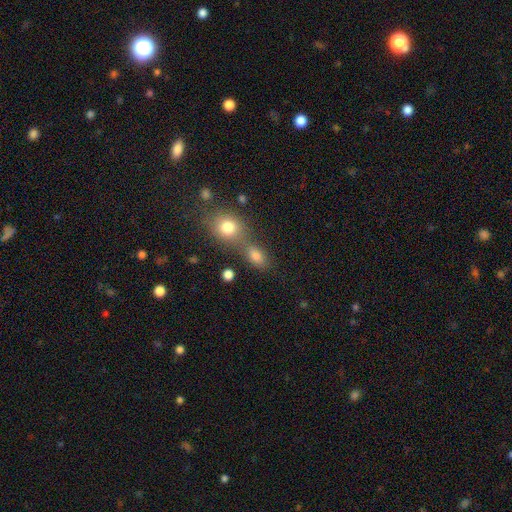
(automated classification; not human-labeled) Smooth or featured? smooth (80%)
How rounded? in between (72%)
Merging? none (46%)